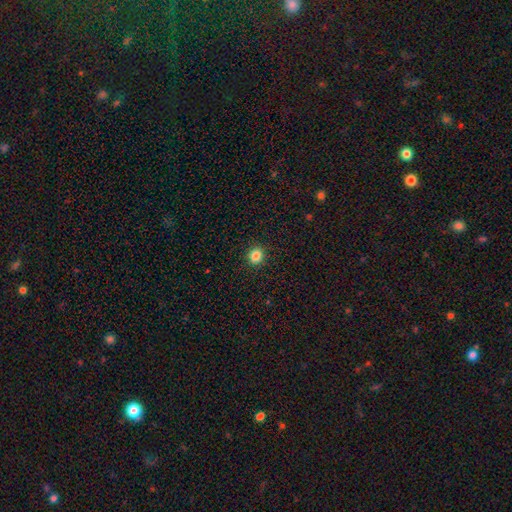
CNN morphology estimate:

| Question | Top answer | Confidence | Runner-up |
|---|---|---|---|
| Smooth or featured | smooth | 84% | star or artifact (11%) |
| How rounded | round | 82% | in between (18%) |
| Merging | none | 91% | minor disturbance (6%) |